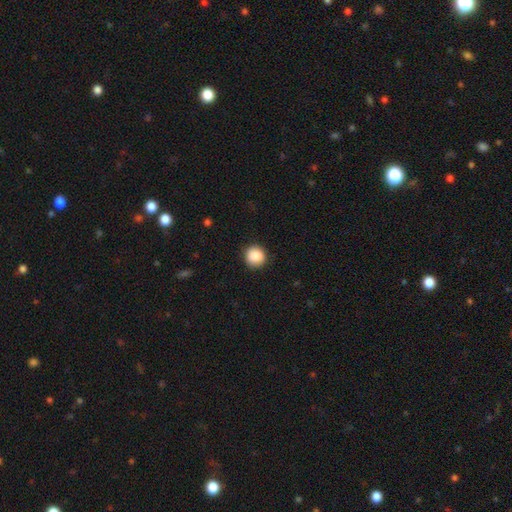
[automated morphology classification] Q: Smooth or featured?
A: smooth (88%); runner-up: star or artifact (9%)
Q: How rounded?
A: round (93%); runner-up: in between (6%)
Q: Merging?
A: none (90%); runner-up: minor disturbance (7%)